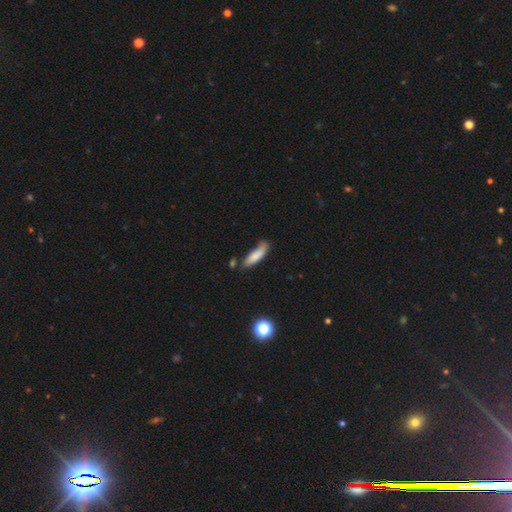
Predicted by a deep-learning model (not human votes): This appears to be a smooth galaxy with no disk features (80%) that is cigar-shaped (56%). Merging: none (54%).